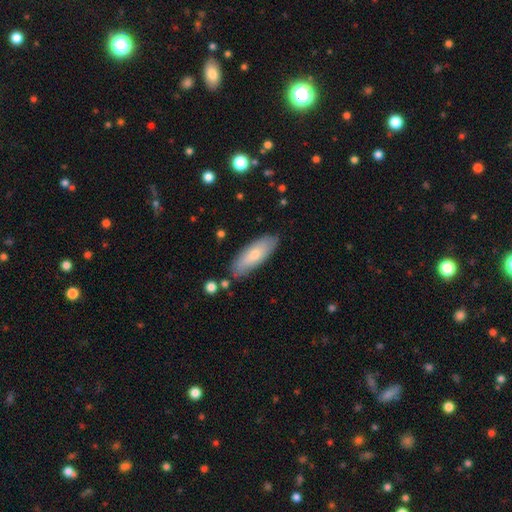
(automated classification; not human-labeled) A smooth galaxy with no disk features (66%) that is in between round and cigar-shaped (58%).

Vote fractions:
- Smooth or featured? smooth: 66% / featured or disk: 25% / star or artifact: 9%
- How rounded? in between: 58% / cigar-shaped: 40% / round: 2%
- Merging? none: 81% / minor disturbance: 13% / merger: 3% / major disturbance: 2%